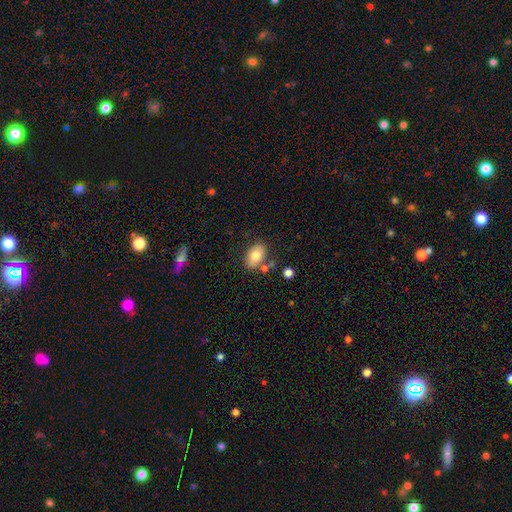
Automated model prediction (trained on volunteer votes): Morphology: type=smooth (78%); roundness=in between (86%); merging=none (73%).